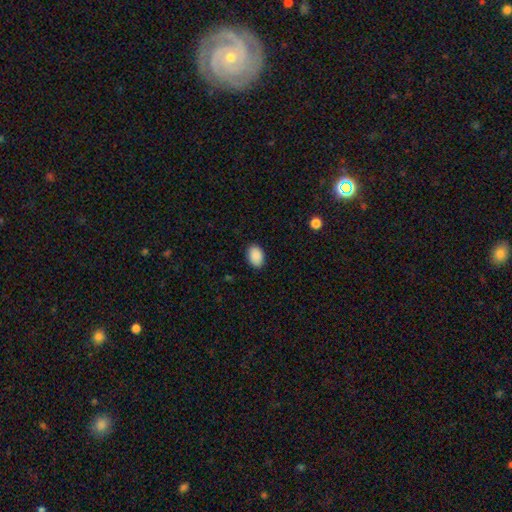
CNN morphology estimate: Smooth or featured?
  - smooth: 90% *
  - star or artifact: 7%
  - featured or disk: 2%
How rounded?
  - in between: 85% *
  - round: 14%
  - cigar-shaped: 1%
Merging?
  - none: 88% *
  - minor disturbance: 9%
  - major disturbance: 2%
  - merger: 1%